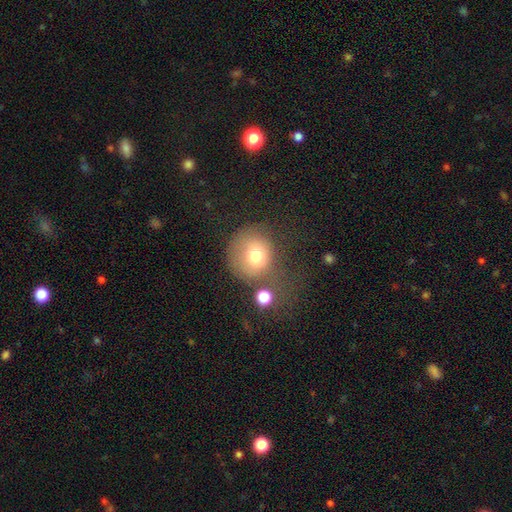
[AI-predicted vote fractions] smooth 74%, featured or disk 15%, star or artifact 12%. Down the decision tree: how rounded — round (85%); merging — none (50%).